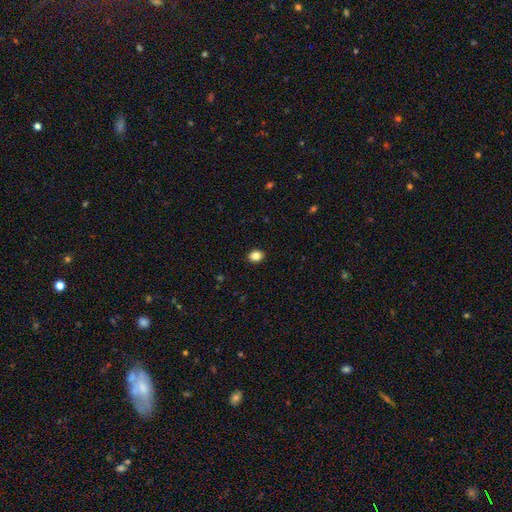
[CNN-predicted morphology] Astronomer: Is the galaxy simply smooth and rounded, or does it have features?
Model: smooth — 86%.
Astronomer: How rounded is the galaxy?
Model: round — 53% (runner-up: in between, 47%).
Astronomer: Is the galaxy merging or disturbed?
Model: none — 91%.